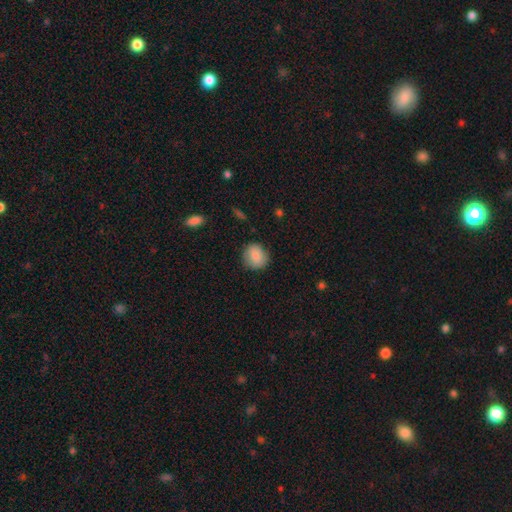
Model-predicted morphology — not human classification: type=smooth (84%); roundness=round (83%); merging=none (81%).